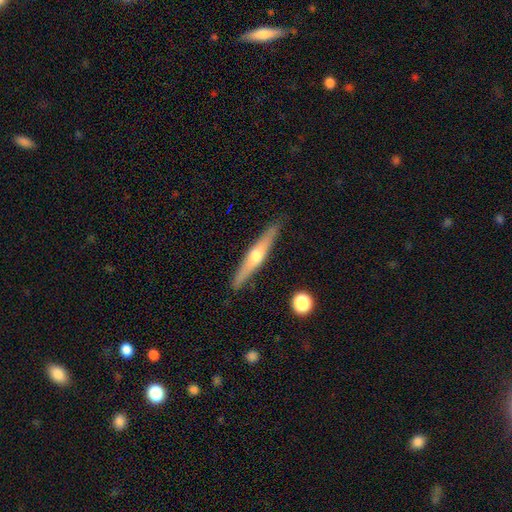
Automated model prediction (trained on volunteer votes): Morphology: type=featured or disk (65%); edge-on=yes (96%); edge-on bulge=rounded (92%); merging=none (89%).